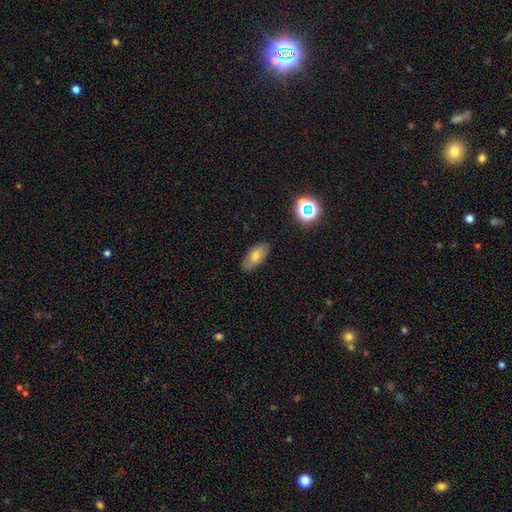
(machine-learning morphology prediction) Smooth or featured? smooth (67%)
How rounded? in between (88%)
Merging? none (82%)